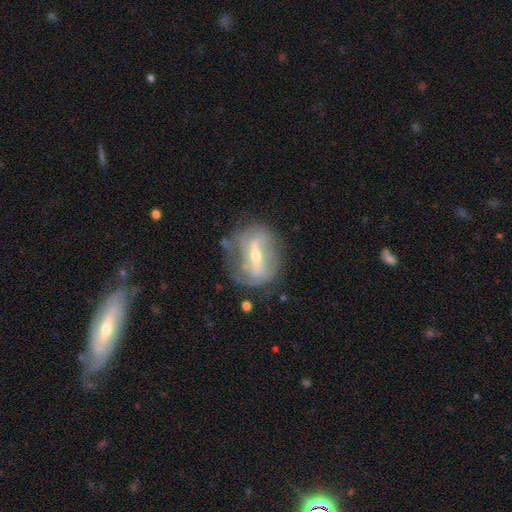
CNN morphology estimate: Smooth or featured? featured or disk (77%)
Edge-on disk? no (88%)
Bar? strong (58%)
Spiral arms? yes (64%)
Bulge size? moderate (49%)
Merging? none (63%)